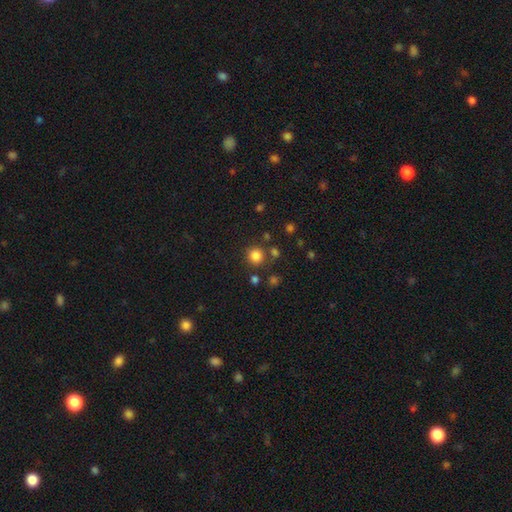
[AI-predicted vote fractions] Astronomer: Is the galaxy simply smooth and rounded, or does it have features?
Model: smooth — 82%.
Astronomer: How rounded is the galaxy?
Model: round — 92%.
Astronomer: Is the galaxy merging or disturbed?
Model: none — 80%.